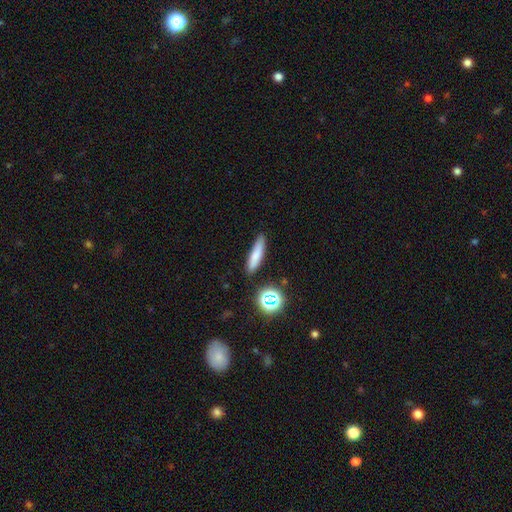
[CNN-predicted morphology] A smooth galaxy with no disk features (75%) that is cigar-shaped (78%).

Vote fractions:
- Smooth or featured? smooth: 75% / featured or disk: 14% / star or artifact: 11%
- How rounded? cigar-shaped: 78% / in between: 19% / round: 4%
- Merging? none: 84% / minor disturbance: 10% / merger: 3% / major disturbance: 3%